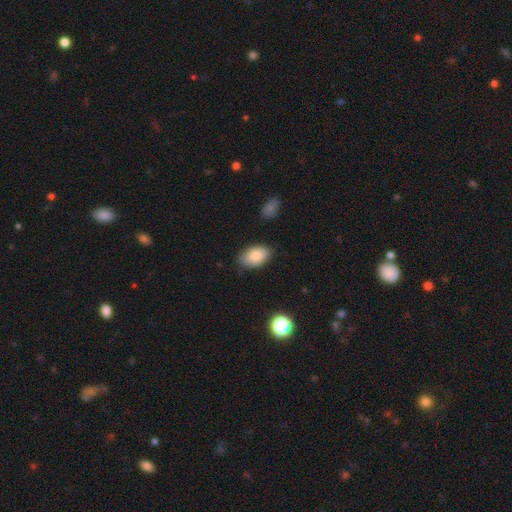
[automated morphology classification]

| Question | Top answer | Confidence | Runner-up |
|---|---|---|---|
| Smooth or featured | smooth | 84% | featured or disk (9%) |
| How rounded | in between | 92% | round (7%) |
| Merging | none | 82% | minor disturbance (14%) |